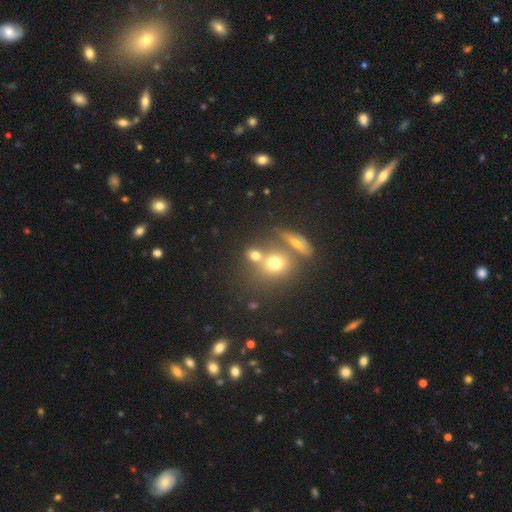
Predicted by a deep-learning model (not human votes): smooth-or-featured: smooth: 68% | featured or disk: 16% | star or artifact: 16%
  how-rounded: round: 64% | in between: 33% | cigar-shaped: 3%
  merging: none: 49% | merger: 35% | minor disturbance: 11% | major disturbance: 5%